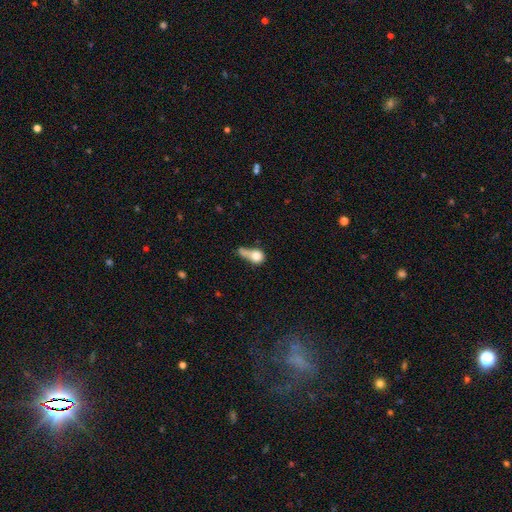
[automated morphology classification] This appears to be a smooth galaxy with no disk features (75%) that is round (64%). Merging: merger (42%).